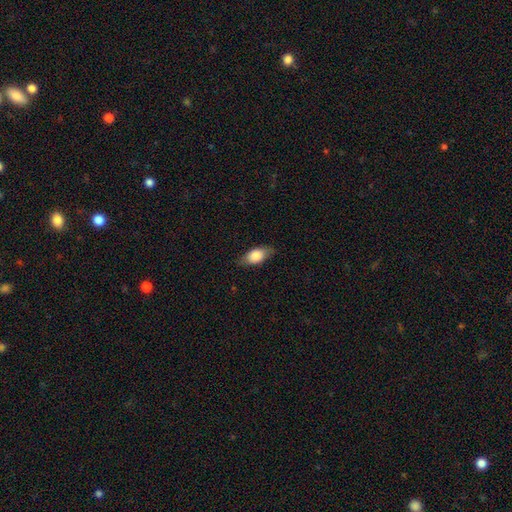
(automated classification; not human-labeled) A smooth galaxy with no disk features (77%) that is in between round and cigar-shaped (86%). Merging: none (75%).